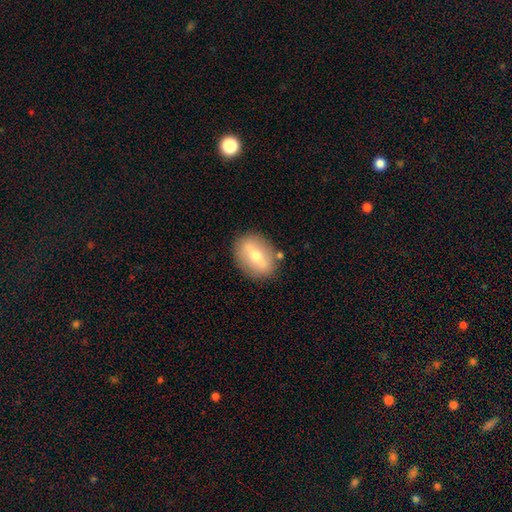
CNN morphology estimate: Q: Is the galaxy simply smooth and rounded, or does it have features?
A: featured or disk — 47%.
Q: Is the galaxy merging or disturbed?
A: none — 84%.